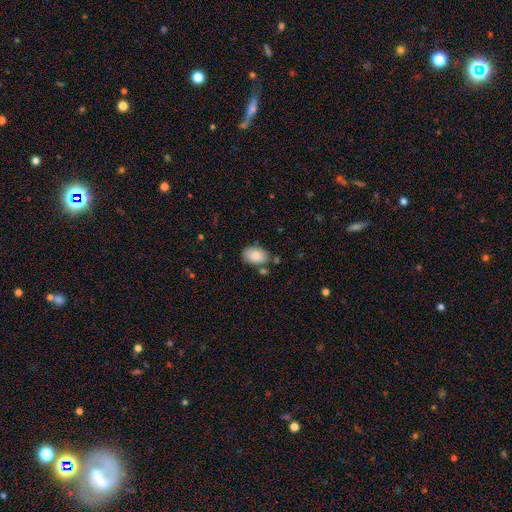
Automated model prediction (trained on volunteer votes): Q: Smooth or featured?
A: smooth (86%); runner-up: featured or disk (7%)
Q: How rounded?
A: in between (89%); runner-up: round (10%)
Q: Merging?
A: none (71%); runner-up: minor disturbance (17%)